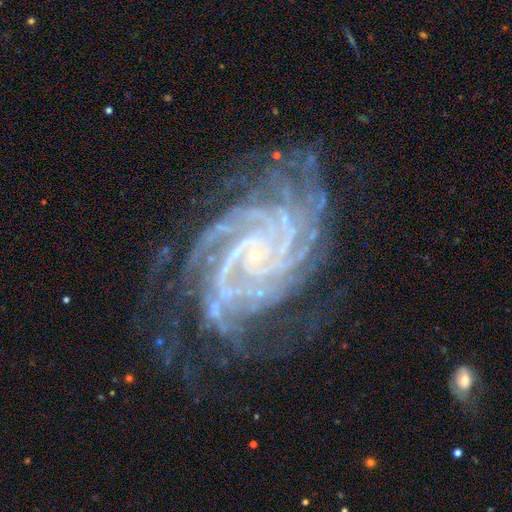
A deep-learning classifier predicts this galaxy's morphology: type=featured or disk (92%); edge-on=no (98%); bar=no (60%); spiral arms=yes (99%); winding=tight (78%); arm count=4 (26%); bulge=small (87%); merging=none (67%).